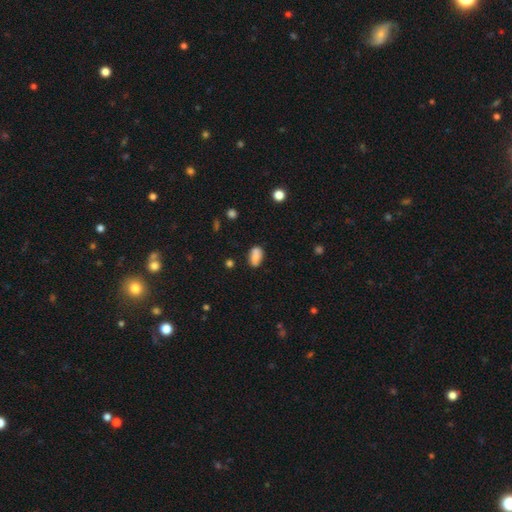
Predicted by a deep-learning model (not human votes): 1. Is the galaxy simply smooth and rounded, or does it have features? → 75% smooth, 15% featured or disk, 10% star or artifact.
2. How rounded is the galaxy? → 86% in between, 11% round, 3% cigar-shaped.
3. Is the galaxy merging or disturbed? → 51% none, 24% merger, 19% minor disturbance, 6% major disturbance.